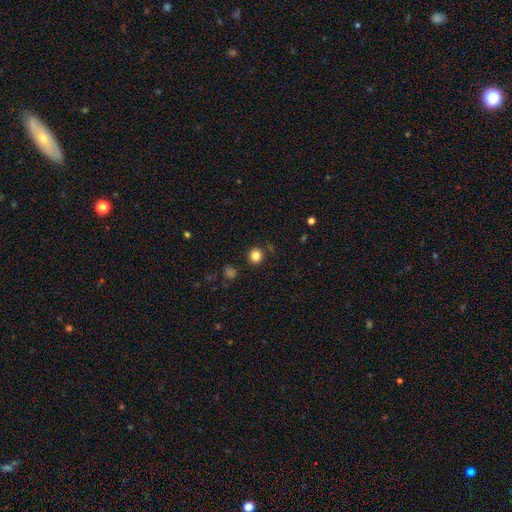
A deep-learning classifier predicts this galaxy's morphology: smooth_or_featured: smooth (p=0.84) [alt: star or artifact p=0.12]
how_rounded: round (p=0.89) [alt: in between p=0.10]
merging: none (p=0.88) [alt: minor disturbance p=0.07]